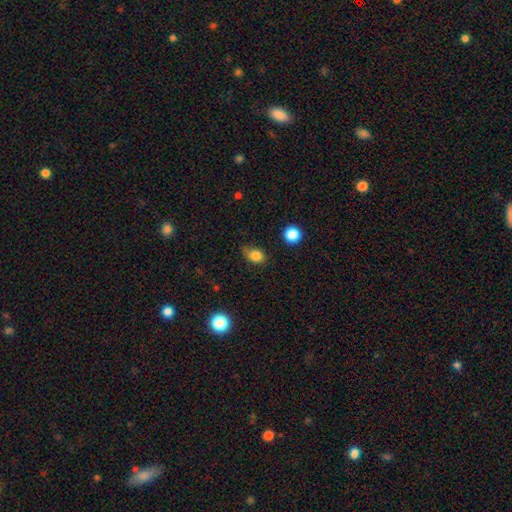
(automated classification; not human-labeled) Overall: smooth (83%). How rounded: in between (64%; round 35%). Merging: none (61%; minor disturbance 30%).